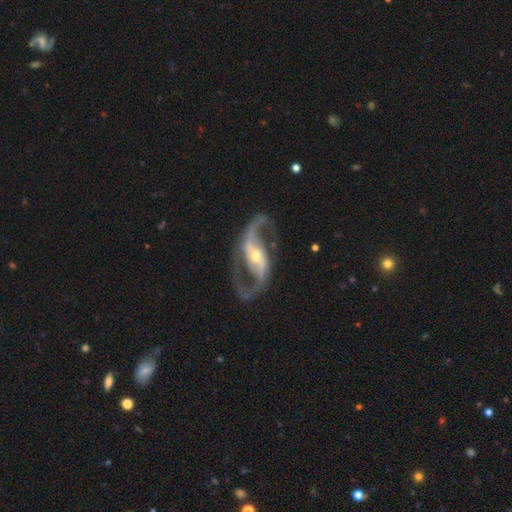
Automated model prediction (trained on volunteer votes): smooth-or-featured: featured or disk: 93% | star or artifact: 4% | smooth: 3%
  disk-edge-on: no: 97% | yes: 3%
    bar: strong: 44% | weak: 34% | no: 22%
    has-spiral-arms: yes: 97% | no: 3%
      spiral-winding: loose: 48% | medium: 43% | tight: 9%
      spiral-arm-count: 2: 94% | can't tell: 1% | 1: 1% | 3: 1% | 4: 1% | more than 4: 1%
    bulge-size: small: 48% | moderate: 47% | large: 3% | none: 1% | dominant: 1%
  merging: none: 79% | minor disturbance: 11% | major disturbance: 8% | merger: 2%